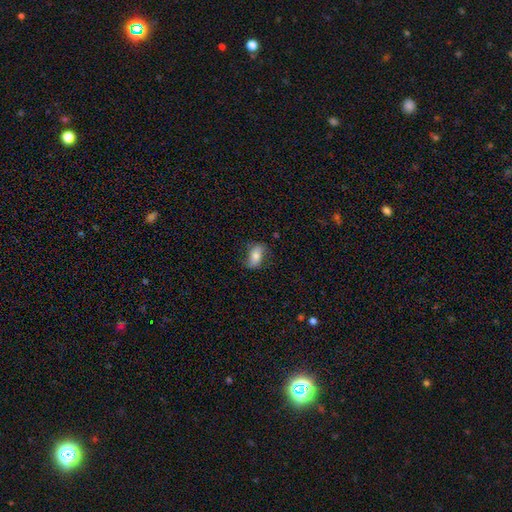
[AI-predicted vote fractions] Smooth or featured: smooth — 72% (featured or disk — 20%)
How rounded: in between — 88% (round — 6%)
Merging: none — 73% (minor disturbance — 19%)